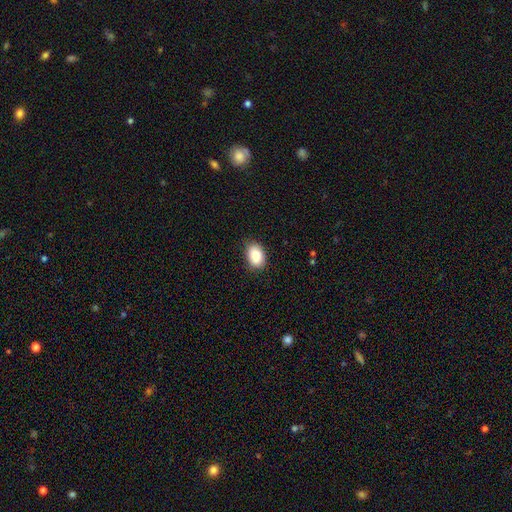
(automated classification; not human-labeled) Morphology: type=smooth (88%); roundness=in between (85%); merging=none (84%).